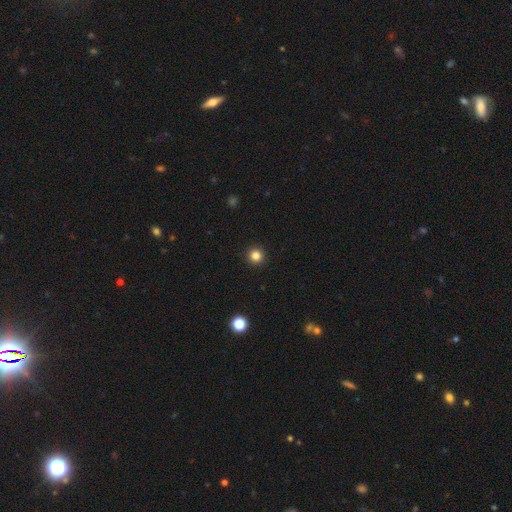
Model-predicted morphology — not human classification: Overall: smooth (84%). How rounded: round (96%). Merging: none (94%).